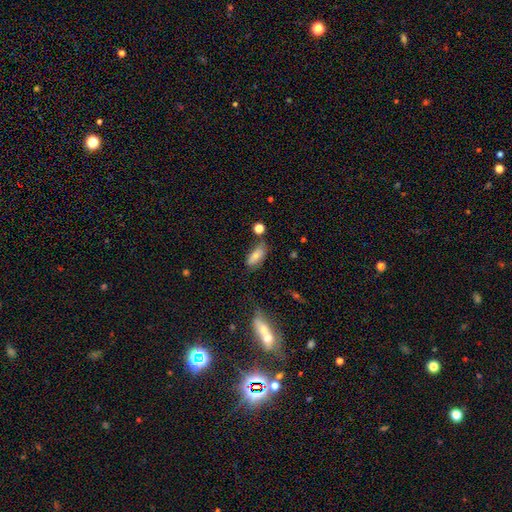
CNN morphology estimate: Smooth or featured? Predicted: smooth (p=0.71). How rounded? Predicted: in between (p=0.85). Merging? Predicted: none (p=0.62).